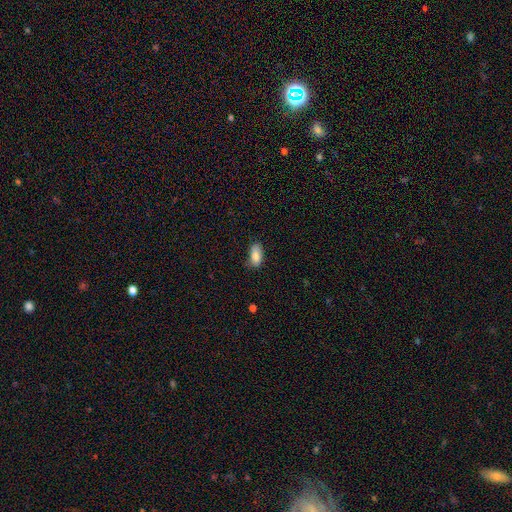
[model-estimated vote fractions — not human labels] A smooth galaxy with no disk features (85%) that is in between round and cigar-shaped (91%). Merging: none (74%).